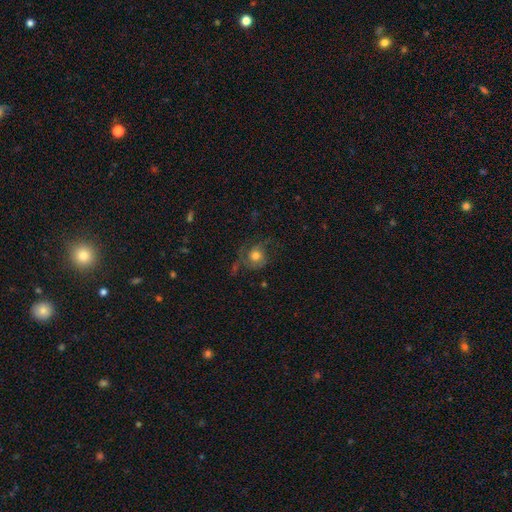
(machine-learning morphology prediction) Smooth or featured?
  - featured or disk: 47% *
  - smooth: 43%
  - star or artifact: 10%
Merging?
  - none: 49% *
  - major disturbance: 26%
  - minor disturbance: 22%
  - merger: 3%